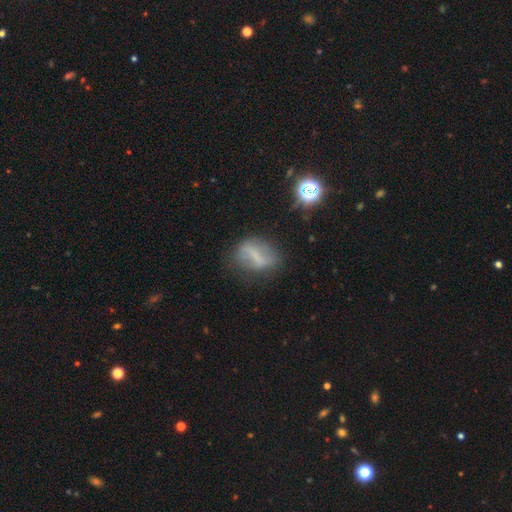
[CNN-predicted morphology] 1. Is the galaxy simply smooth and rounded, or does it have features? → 46% featured or disk, 41% smooth, 13% star or artifact.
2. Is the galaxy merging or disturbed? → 62% none, 23% minor disturbance, 12% major disturbance, 3% merger.